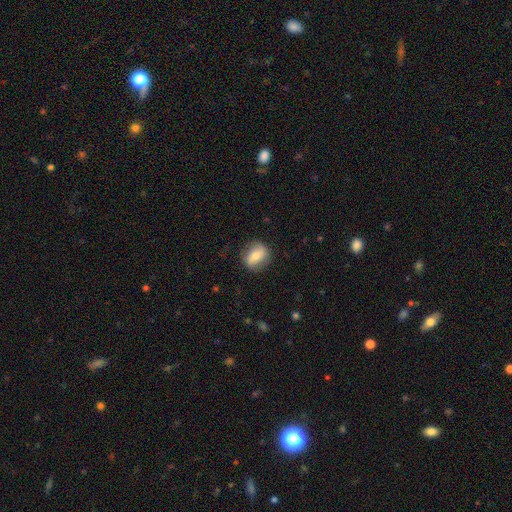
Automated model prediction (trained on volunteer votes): This appears to be a smooth galaxy with no disk features (60%) that is round (50%). Merging: none (82%).